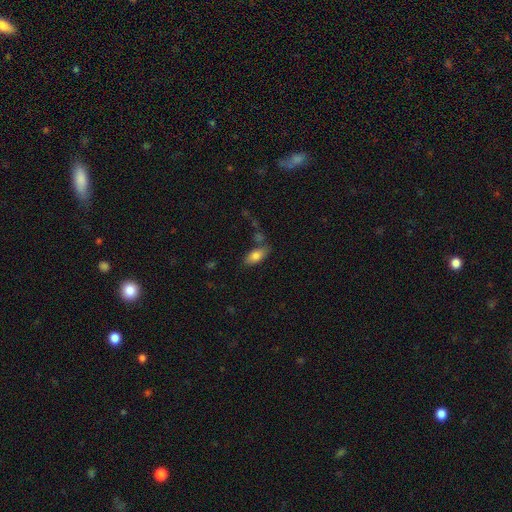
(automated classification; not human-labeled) smooth-or-featured: smooth: 79% | featured or disk: 13% | star or artifact: 8%
  how-rounded: in between: 87% | cigar-shaped: 9% | round: 4%
  merging: none: 69% | minor disturbance: 17% | merger: 9% | major disturbance: 5%